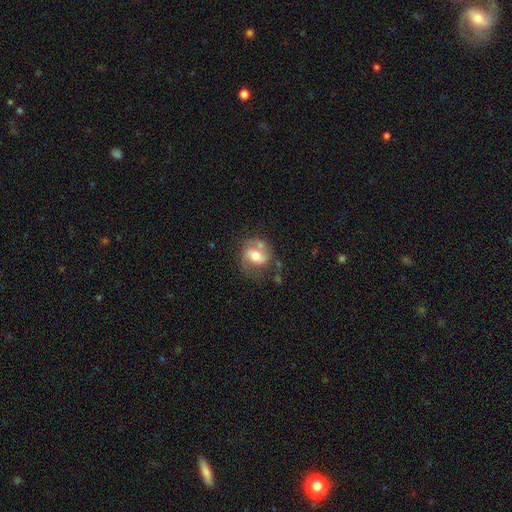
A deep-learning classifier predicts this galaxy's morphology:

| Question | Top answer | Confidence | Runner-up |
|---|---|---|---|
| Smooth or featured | featured or disk | 46% | tied: smooth (46%) |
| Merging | none | 44% | minor disturbance (25%) |